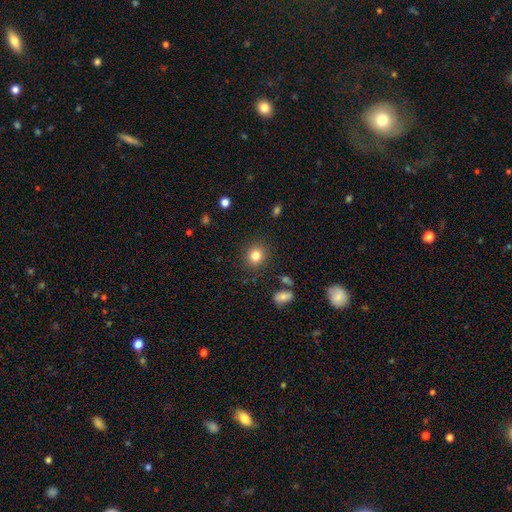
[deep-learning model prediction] Smooth or featured? Predicted: smooth (p=0.82). How rounded? Predicted: round (p=0.81). Merging? Predicted: none (p=0.87).